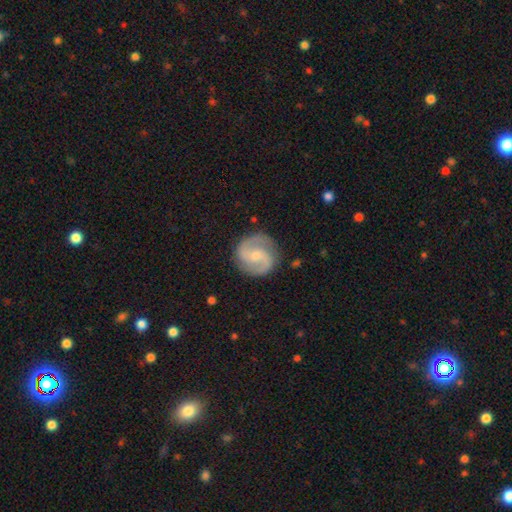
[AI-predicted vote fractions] Smooth or featured? Predicted: featured or disk (p=0.85). Edge-on disk? Predicted: no (p=0.98). Bar? Predicted: weak (p=0.46). Spiral arms? Predicted: yes (p=0.97). Spiral winding? Predicted: medium (p=0.55). Spiral arm count? Predicted: 2 (p=0.92). Bulge size? Predicted: small (p=0.54). Merging? Predicted: none (p=0.84).